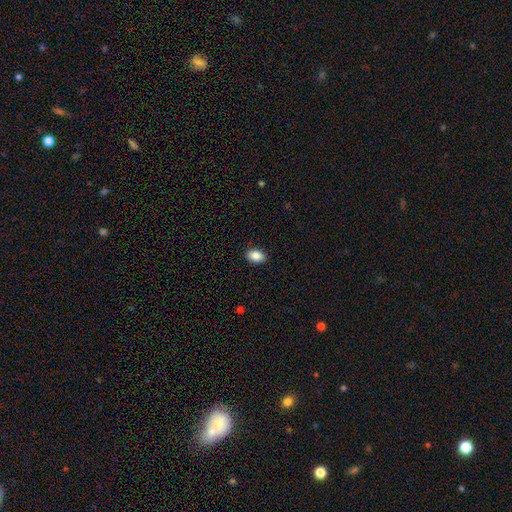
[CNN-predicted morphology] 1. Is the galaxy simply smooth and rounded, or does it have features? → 88% smooth, 8% star or artifact, 5% featured or disk.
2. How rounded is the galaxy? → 84% in between, 15% round, 1% cigar-shaped.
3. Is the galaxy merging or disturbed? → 89% none, 8% minor disturbance, 2% major disturbance, 1% merger.